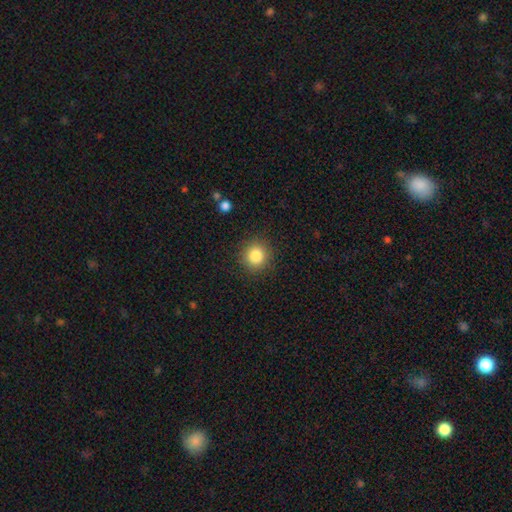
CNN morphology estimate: type=smooth (84%); roundness=round (92%); merging=none (90%).